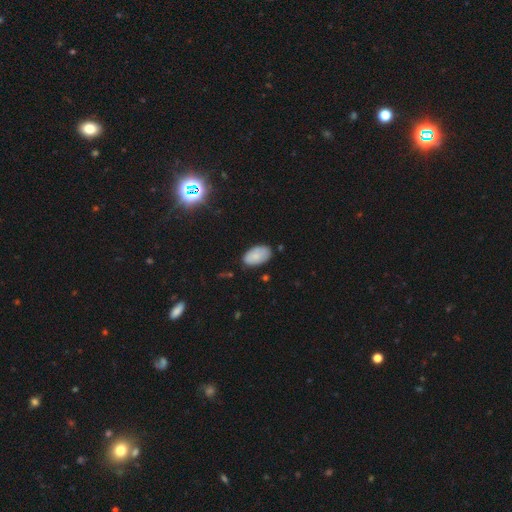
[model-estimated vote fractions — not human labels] A smooth galaxy with no disk features (79%) that is in between round and cigar-shaped (94%). Merging: none (77%).